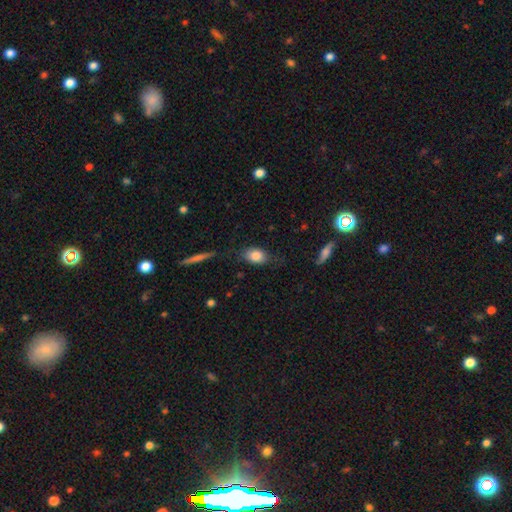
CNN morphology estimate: Smooth or featured? Predicted: smooth (p=0.82). How rounded? Predicted: in between (p=0.80). Merging? Predicted: none (p=0.73).